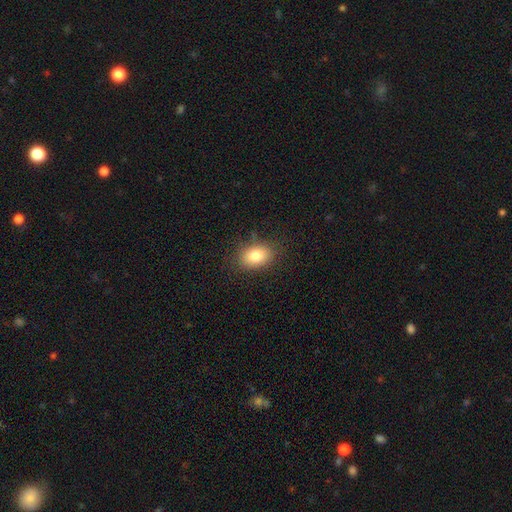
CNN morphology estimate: A smooth galaxy with no disk features (81%) that is in between round and cigar-shaped (80%).

Vote fractions:
- Smooth or featured? smooth: 81% / featured or disk: 10% / star or artifact: 9%
- How rounded? in between: 80% / round: 19% / cigar-shaped: 1%
- Merging? none: 83% / minor disturbance: 12% / major disturbance: 3% / merger: 1%